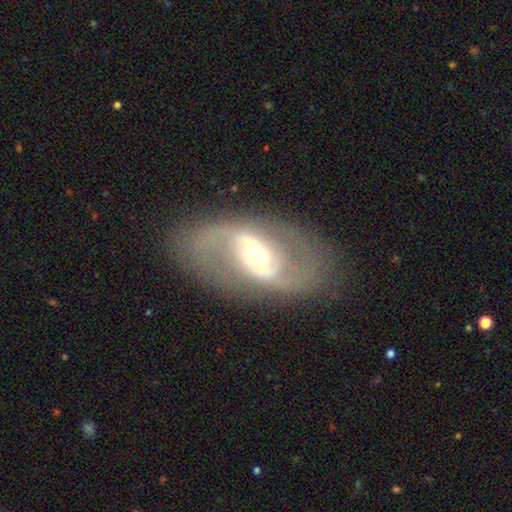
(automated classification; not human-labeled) Overall: featured or disk (84%). Edge-on disk: no (95%). Bar: weak (44%; strong 34%). Spiral arms: yes (88%). Spiral arm count: 2 (89%). Spiral winding: medium (48%; loose 33%). Bulge size: moderate (64%). Merging: none (80%).